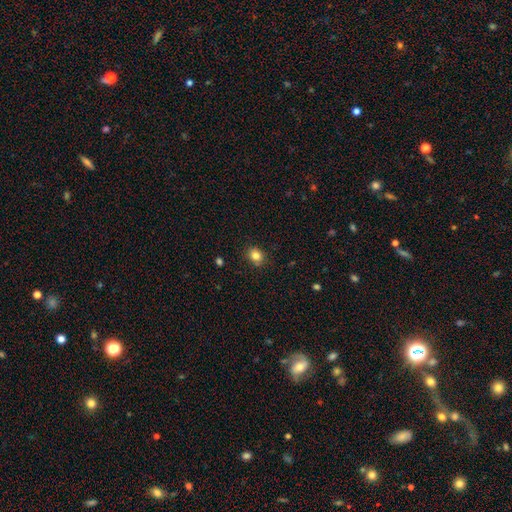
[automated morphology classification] smooth_or_featured: smooth (p=0.82) [alt: star or artifact p=0.11]
how_rounded: round (p=0.59) [alt: in between p=0.40]
merging: none (p=0.85) [alt: minor disturbance p=0.11]